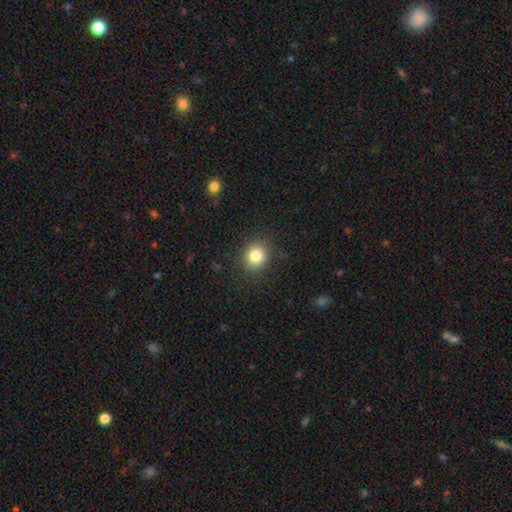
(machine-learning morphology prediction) This is clearly a smooth galaxy (83%). How rounded: clearly round (80%). Merging: clearly none (88%).